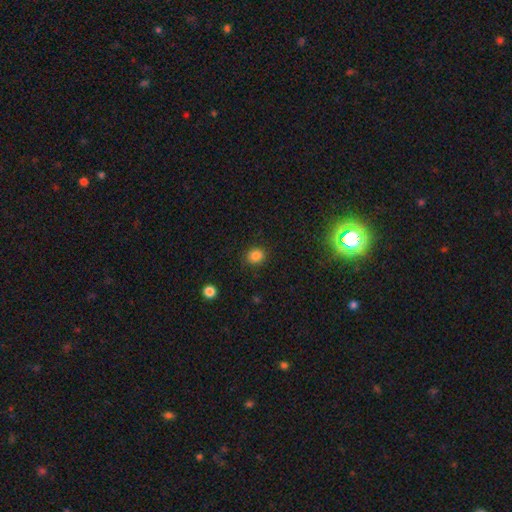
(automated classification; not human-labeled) This appears to be a smooth galaxy with no disk features (84%) that is round (75%). Merging: none (87%).